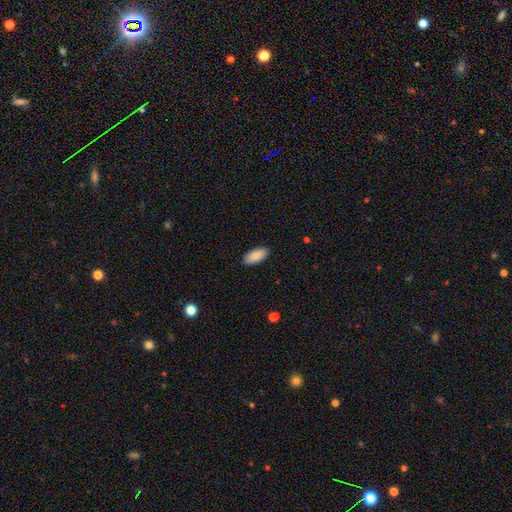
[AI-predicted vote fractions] smooth 89%, star or artifact 6%, featured or disk 5%. Down the decision tree: how rounded — in between (89%); merging — none (89%).